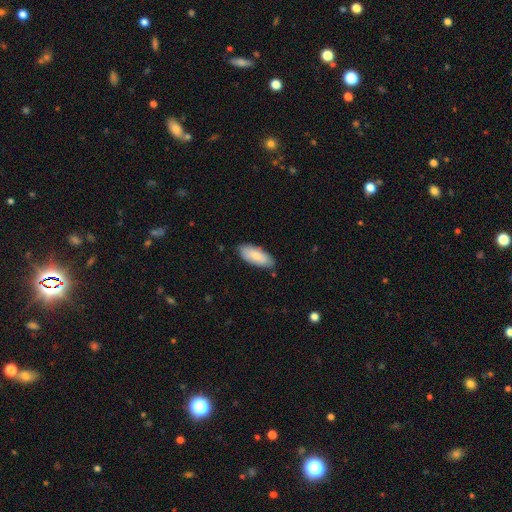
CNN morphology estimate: Q: Smooth or featured?
A: smooth (83%); runner-up: featured or disk (11%)
Q: How rounded?
A: in between (82%); runner-up: cigar-shaped (16%)
Q: Merging?
A: none (82%); runner-up: minor disturbance (14%)